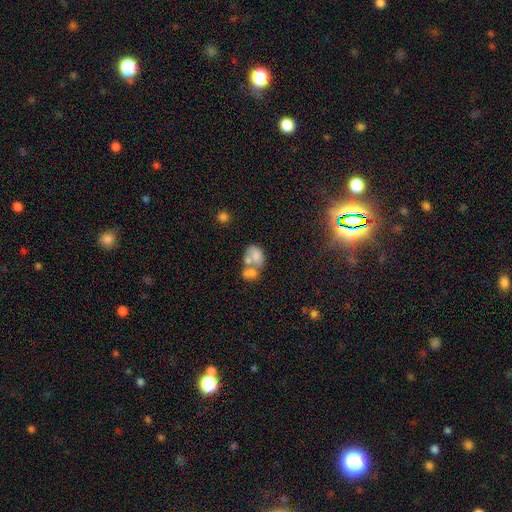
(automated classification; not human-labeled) This appears to be a smooth galaxy with no disk features (61%) that is in between round and cigar-shaped (74%). Merging: merger (63%).